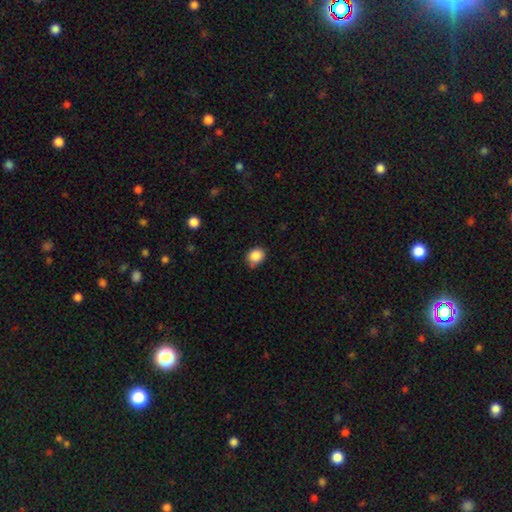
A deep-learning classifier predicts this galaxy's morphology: A smooth galaxy with no disk features (87%) that is round (66%).

Vote fractions:
- Smooth or featured? smooth: 87% / star or artifact: 10% / featured or disk: 4%
- How rounded? round: 66% / in between: 33% / cigar-shaped: 1%
- Merging? none: 68% / minor disturbance: 25% / major disturbance: 4% / merger: 3%